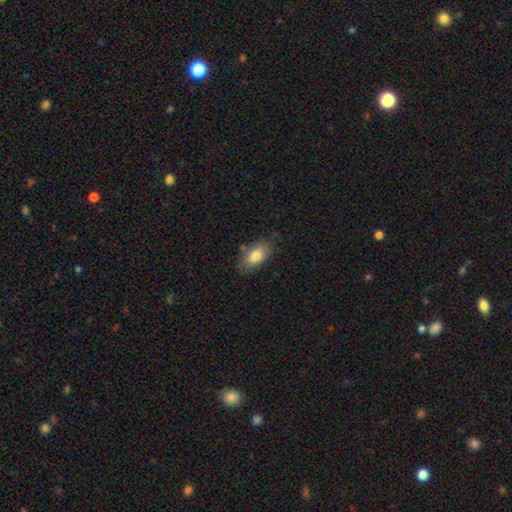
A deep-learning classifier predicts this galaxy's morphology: Smooth or featured?
  - smooth: 79% *
  - featured or disk: 14%
  - star or artifact: 7%
How rounded?
  - in between: 91% *
  - round: 4%
  - cigar-shaped: 4%
Merging?
  - none: 74% *
  - minor disturbance: 19%
  - major disturbance: 4%
  - merger: 3%